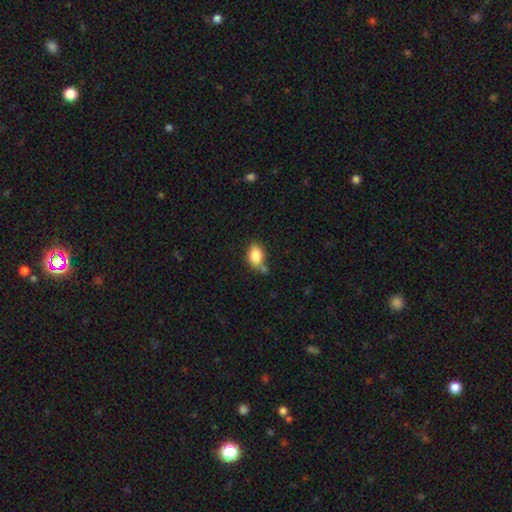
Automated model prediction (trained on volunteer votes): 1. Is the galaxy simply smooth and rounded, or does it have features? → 85% smooth, 8% star or artifact, 7% featured or disk.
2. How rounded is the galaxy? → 79% in between, 19% round, 1% cigar-shaped.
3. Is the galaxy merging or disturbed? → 55% none, 22% minor disturbance, 17% merger, 6% major disturbance.